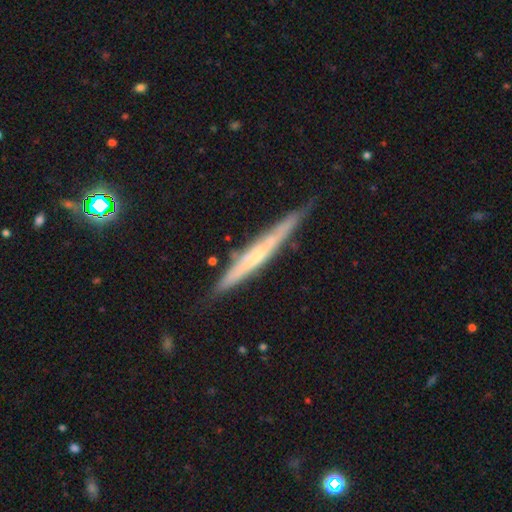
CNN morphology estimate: smooth-or-featured: featured or disk: 61% | smooth: 33% | star or artifact: 6%
  disk-edge-on: yes: 95% | no: 5%
    edge-on-bulge: none: 62% | rounded: 28% | boxy: 9%
  merging: none: 82% | minor disturbance: 14% | major disturbance: 2% | merger: 2%